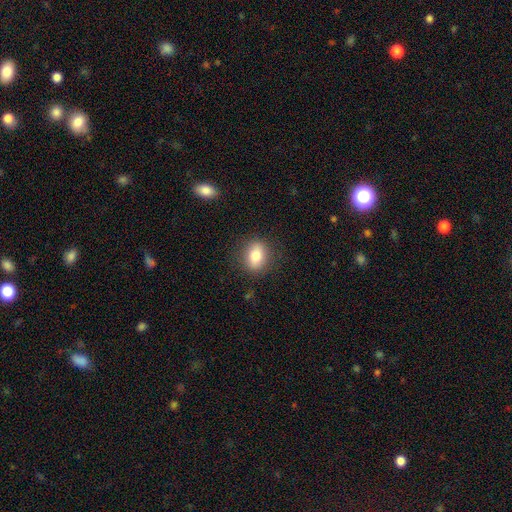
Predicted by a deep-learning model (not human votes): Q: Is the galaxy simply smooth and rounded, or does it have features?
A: smooth — 80%.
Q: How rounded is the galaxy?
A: in between — 68%.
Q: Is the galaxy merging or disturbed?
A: none — 86%.